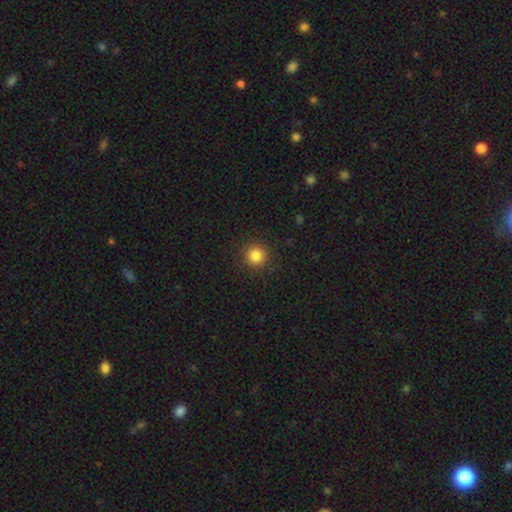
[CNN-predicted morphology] Overall: smooth (85%). How rounded: round (94%). Merging: none (90%).